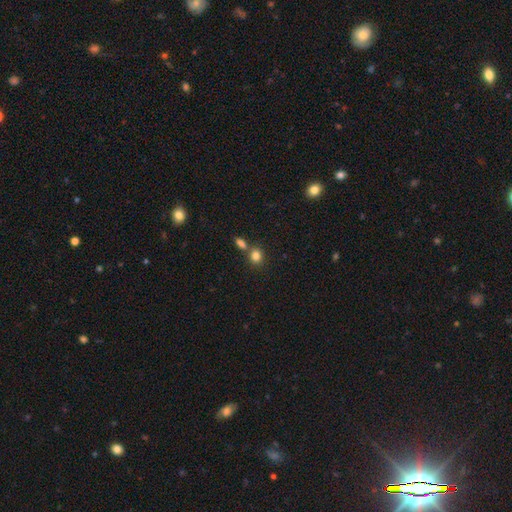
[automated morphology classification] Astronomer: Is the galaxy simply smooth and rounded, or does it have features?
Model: smooth — 83%.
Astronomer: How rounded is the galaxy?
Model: round — 67%.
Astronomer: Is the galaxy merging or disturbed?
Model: none — 57%.